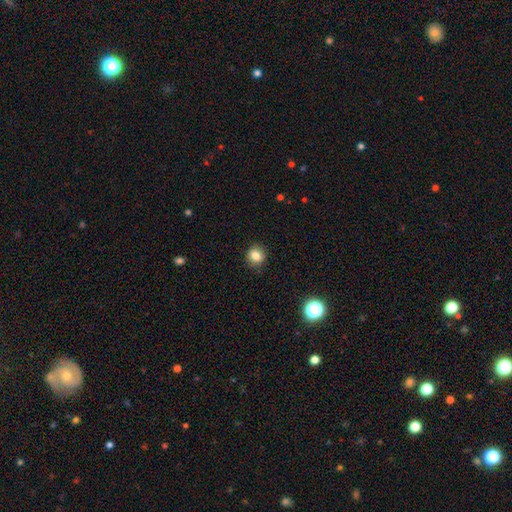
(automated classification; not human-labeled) Q: Smooth or featured?
A: smooth (82%); runner-up: star or artifact (11%)
Q: How rounded?
A: round (81%); runner-up: in between (18%)
Q: Merging?
A: none (89%); runner-up: minor disturbance (8%)